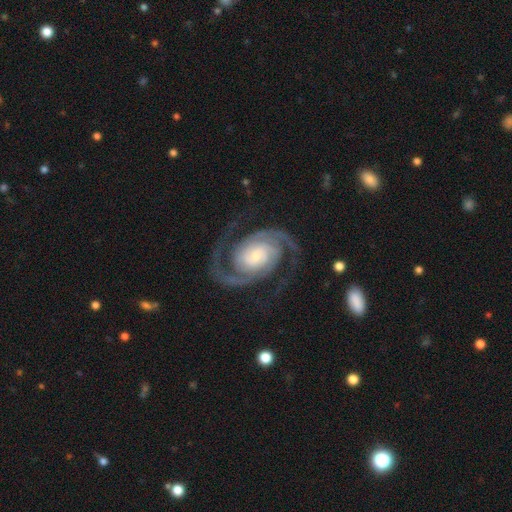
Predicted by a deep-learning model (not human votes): Smooth or featured? Predicted: featured or disk (p=0.94). Edge-on disk? Predicted: no (p=0.98). Bar? Predicted: no (p=0.57). Spiral arms? Predicted: yes (p=0.99). Spiral winding? Predicted: tight (p=0.47). Spiral arm count? Predicted: 2 (p=0.93). Bulge size? Predicted: small (p=0.56). Merging? Predicted: none (p=0.79).